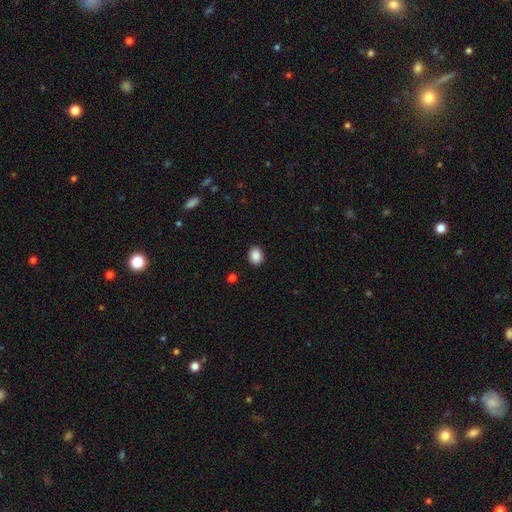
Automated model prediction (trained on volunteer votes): Morphology: type=smooth (88%); roundness=in between (51%); merging=none (90%).